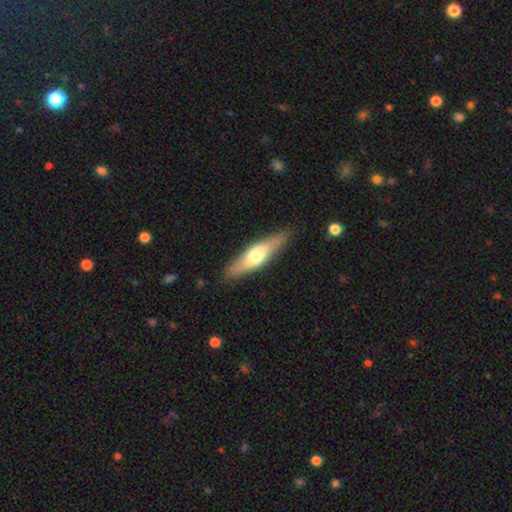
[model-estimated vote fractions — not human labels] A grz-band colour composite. It shows a smooth galaxy with no disk features (56%) that is cigar-shaped (65%). Merging: none (86%).